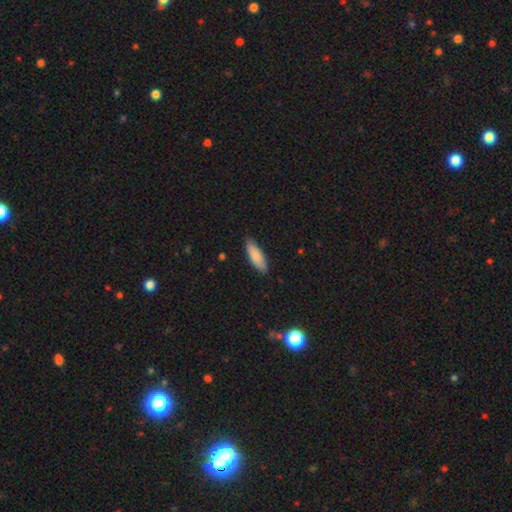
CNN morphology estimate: Overall: smooth (85%). How rounded: in between (55%; cigar-shaped 44%). Merging: none (84%).